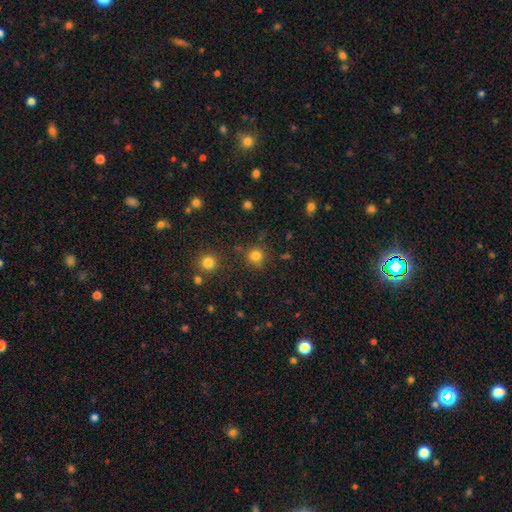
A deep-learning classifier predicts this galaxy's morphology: Smooth or featured?
  - smooth: 80% *
  - star or artifact: 15%
  - featured or disk: 5%
How rounded?
  - round: 92% *
  - in between: 7%
  - cigar-shaped: 1%
Merging?
  - none: 82% *
  - minor disturbance: 10%
  - merger: 5%
  - major disturbance: 3%